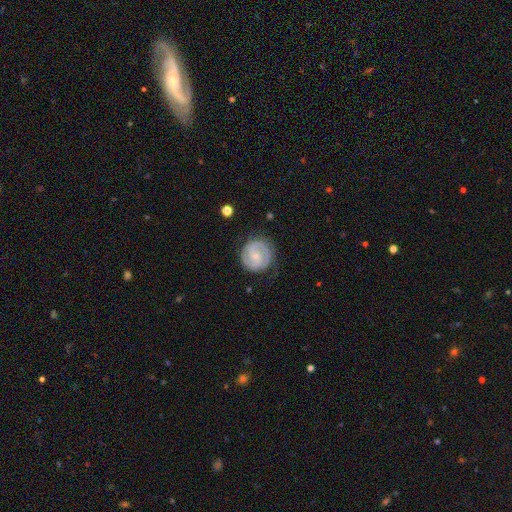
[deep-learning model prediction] smooth_or_featured: featured or disk (p=0.85) [alt: smooth p=0.11]
disk_edge_on: no (p=0.98) [alt: yes p=0.02]
bar: no (p=0.53) [alt: weak p=0.37]
has_spiral_arms: yes (p=0.97) [alt: no p=0.03]
spiral_winding: tight (p=0.69) [alt: medium p=0.27]
spiral_arm_count: 2 (p=0.87) [alt: can't tell p=0.05]
bulge_size: small (p=0.63) [alt: moderate p=0.23]
merging: none (p=0.80) [alt: minor disturbance p=0.14]